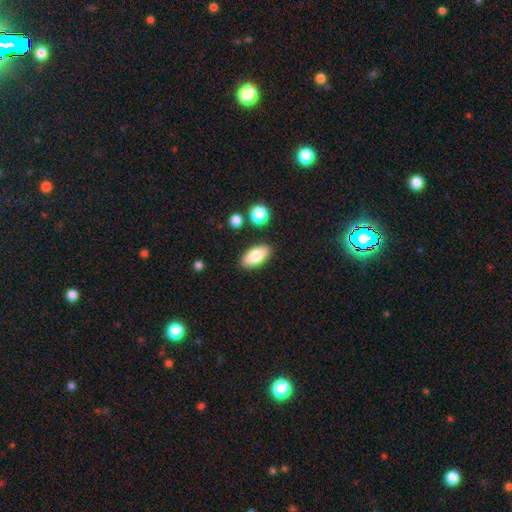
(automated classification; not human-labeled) This appears to be a smooth galaxy with no disk features (80%) that is in between round and cigar-shaped (89%). Merging: none (86%).